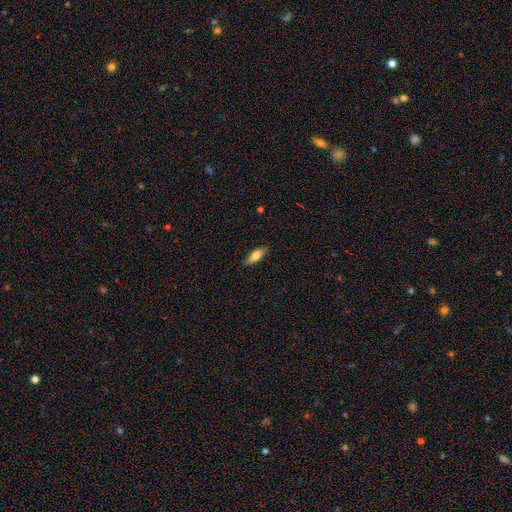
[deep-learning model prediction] smooth 77%, featured or disk 17%, star or artifact 7%. Down the decision tree: how rounded — in between (65%); merging — none (85%).